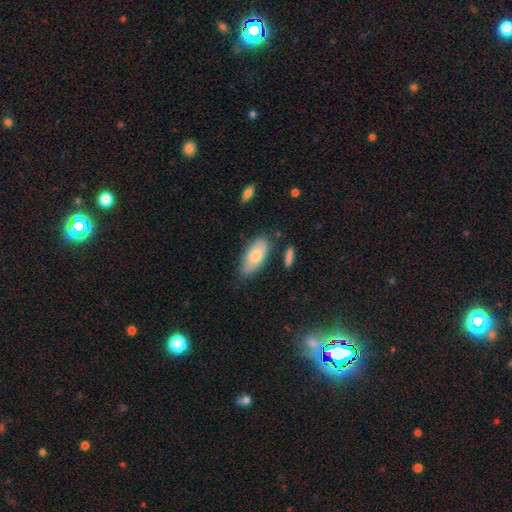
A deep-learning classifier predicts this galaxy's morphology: Smooth or featured: smooth — 73% (featured or disk — 20%)
How rounded: in between — 88% (cigar-shaped — 10%)
Merging: none — 74% (minor disturbance — 19%)